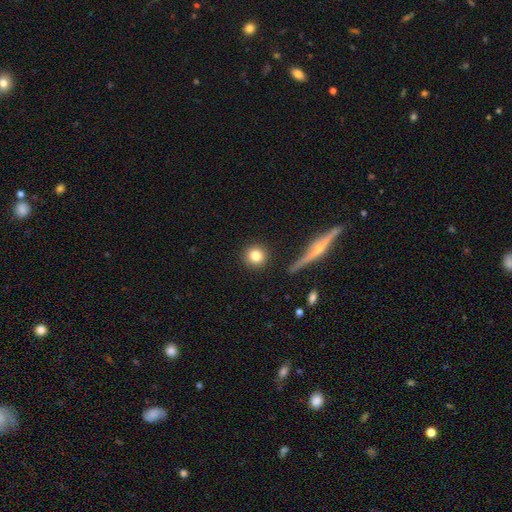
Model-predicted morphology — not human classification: A smooth galaxy with no disk features (80%) that is round (92%).

Vote fractions:
- Smooth or featured? smooth: 80% / featured or disk: 10% / star or artifact: 9%
- How rounded? round: 92% / in between: 6% / cigar-shaped: 2%
- Merging? none: 89% / minor disturbance: 6% / merger: 3% / major disturbance: 2%